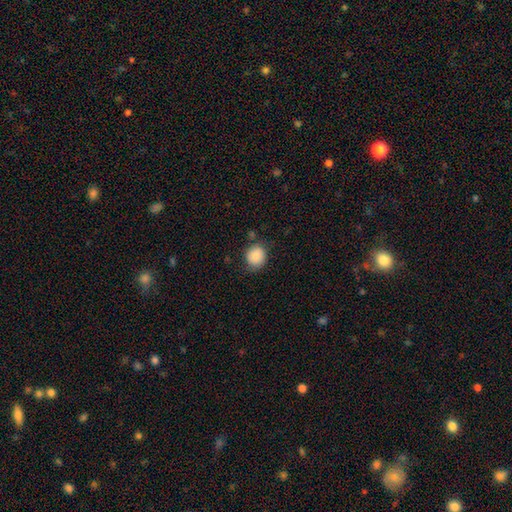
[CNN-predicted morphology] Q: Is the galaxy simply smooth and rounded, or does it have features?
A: smooth — 85%.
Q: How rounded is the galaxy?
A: round — 84%.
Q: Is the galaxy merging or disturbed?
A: none — 75%.